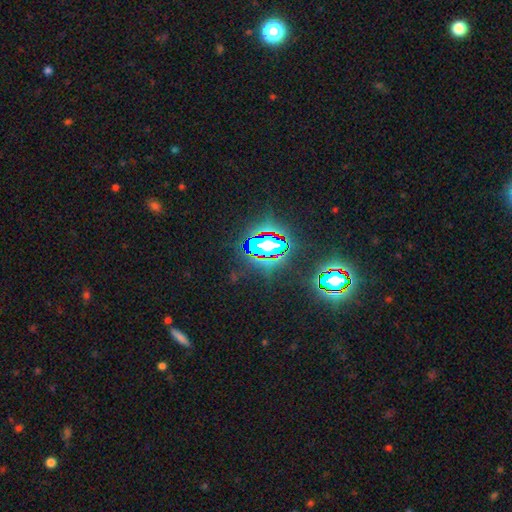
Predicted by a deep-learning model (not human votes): The model was most divided on "smooth or featured": star or artifact: 77%, smooth: 13%, featured or disk: 10%.